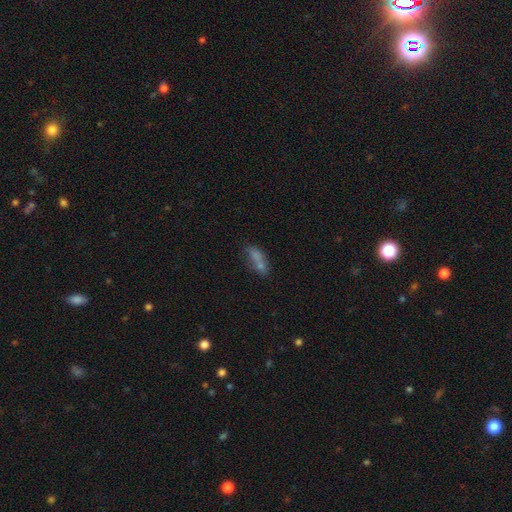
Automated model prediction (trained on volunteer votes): smooth_or_featured: smooth (p=0.66) [alt: featured or disk p=0.20]
how_rounded: in between (p=0.57) [alt: cigar-shaped p=0.39]
merging: none (p=0.48) [alt: merger p=0.20]